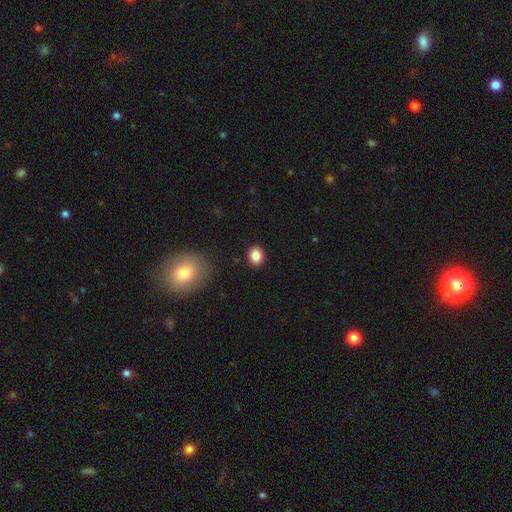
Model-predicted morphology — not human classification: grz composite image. It shows a smooth galaxy with no disk features (86%) that is round (61%). Merging: none (90%).